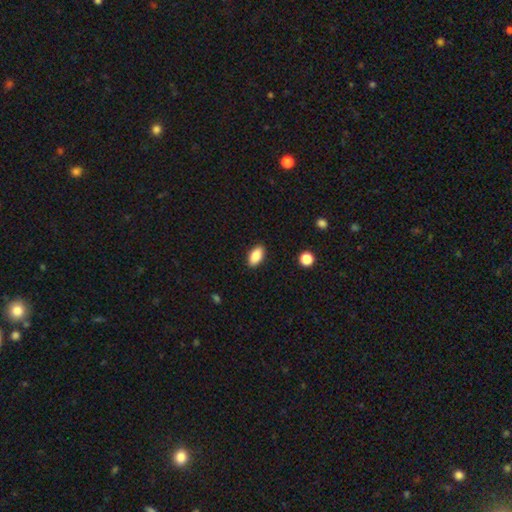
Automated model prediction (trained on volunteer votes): Smooth or featured? smooth (86%)
How rounded? in between (92%)
Merging? none (89%)